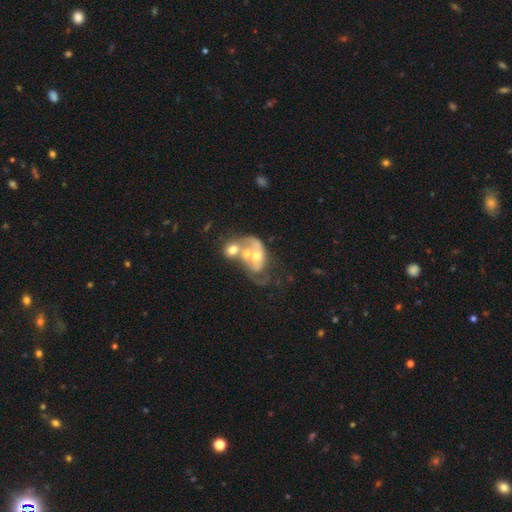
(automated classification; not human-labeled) This appears to be a featured or disk galaxy (68%) with no bar (69%), spiral arms (60%) and a moderate central bulge (50%). Merging: merger (63%).